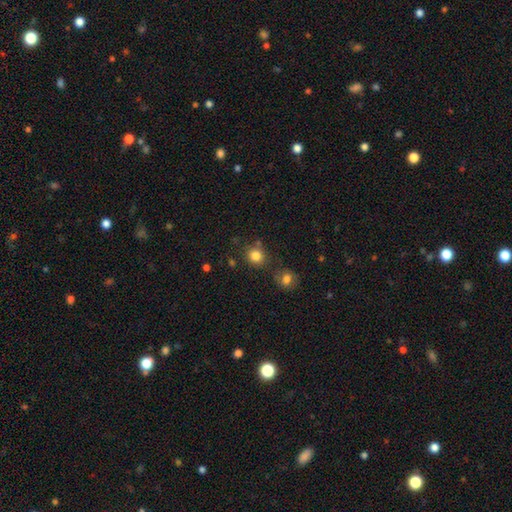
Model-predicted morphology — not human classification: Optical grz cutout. It shows a smooth galaxy with no disk features (82%) that is round (81%). Merging: none (74%).